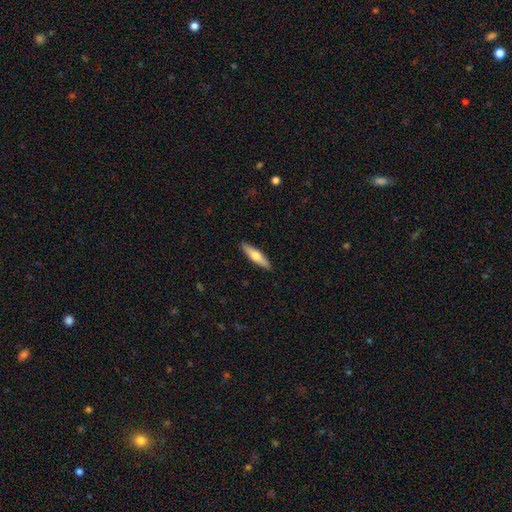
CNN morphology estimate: A smooth galaxy with no disk features (58%) that is cigar-shaped (75%).

Vote fractions:
- Smooth or featured? smooth: 58% / featured or disk: 36% / star or artifact: 5%
- How rounded? cigar-shaped: 75% / in between: 24% / round: 2%
- Merging? none: 91% / minor disturbance: 7% / major disturbance: 1% / merger: 1%